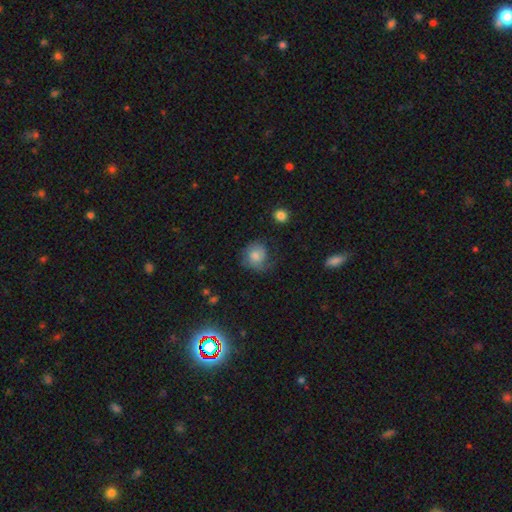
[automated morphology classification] type=smooth (54%); roundness=round (80%); merging=none (52%).